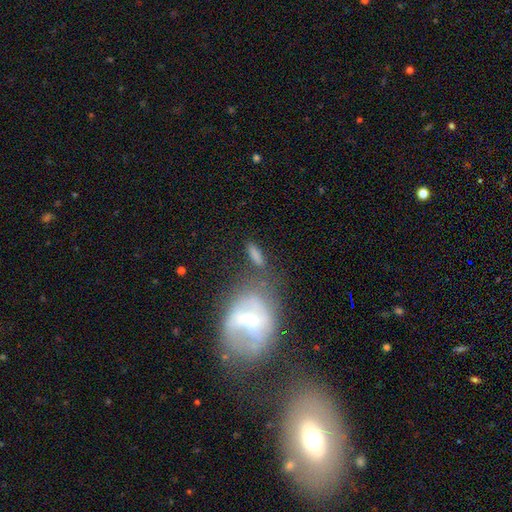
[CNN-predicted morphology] Overall: smooth (54%; featured or disk 34%). How rounded: in between (66%). Merging: none (50%; minor disturbance 19%).